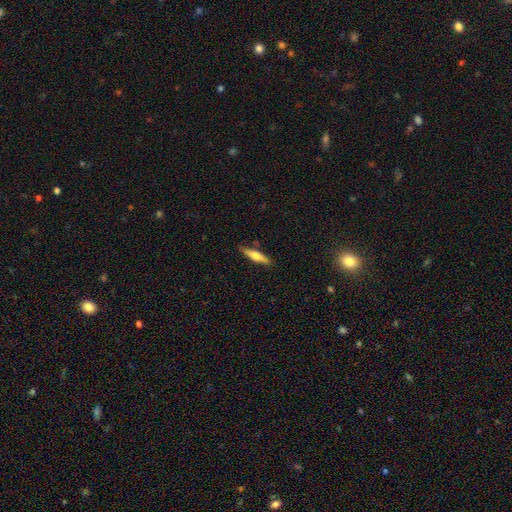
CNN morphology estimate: Smooth or featured?
  - smooth: 56% *
  - featured or disk: 38%
  - star or artifact: 6%
How rounded?
  - cigar-shaped: 80% *
  - in between: 18%
  - round: 2%
Merging?
  - none: 82% *
  - minor disturbance: 13%
  - merger: 3%
  - major disturbance: 2%